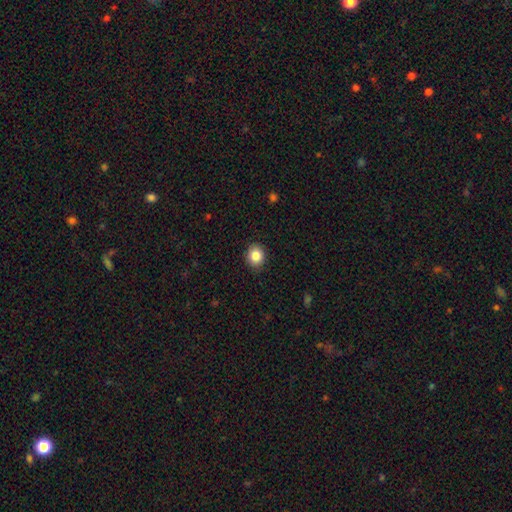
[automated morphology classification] A smooth galaxy with no disk features (85%) that is round (70%). Merging: none (90%).